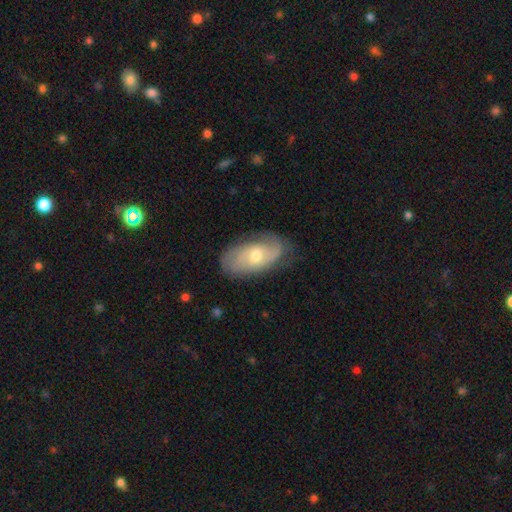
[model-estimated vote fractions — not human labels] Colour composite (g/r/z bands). It shows a featured or disk galaxy (65%) with no bar (63%), 2 (51%) medium (40%) spiral arms (86%) and a moderate central bulge (57%). Merging: none (69%).